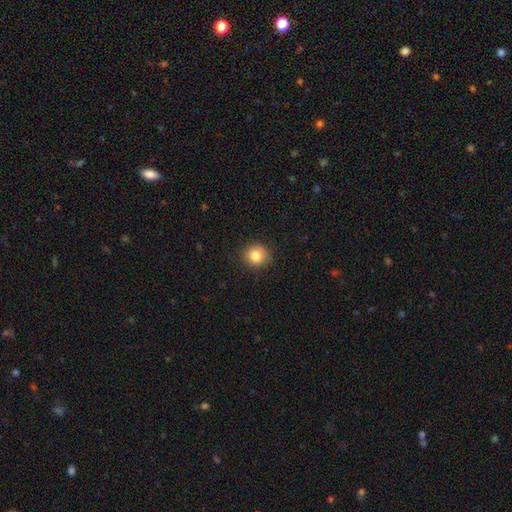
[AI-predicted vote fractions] A smooth galaxy with no disk features (83%) that is round (82%). Merging: none (87%).